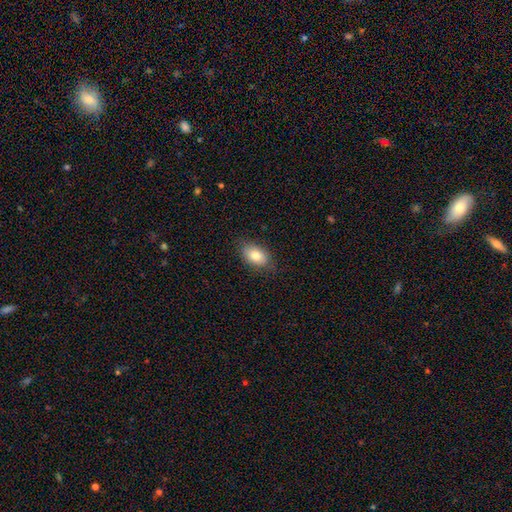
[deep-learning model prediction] Overall: smooth (80%). How rounded: in between (87%). Merging: none (82%).